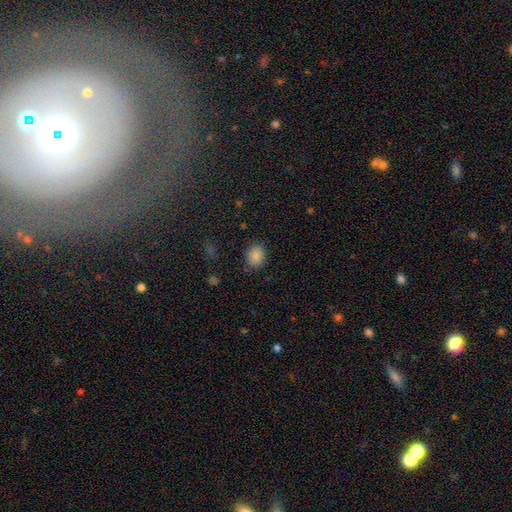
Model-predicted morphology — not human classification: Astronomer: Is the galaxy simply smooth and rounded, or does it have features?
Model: smooth — 86%.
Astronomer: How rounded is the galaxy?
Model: round — 56% (runner-up: in between, 43%).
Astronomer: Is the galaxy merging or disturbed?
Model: none — 82%.